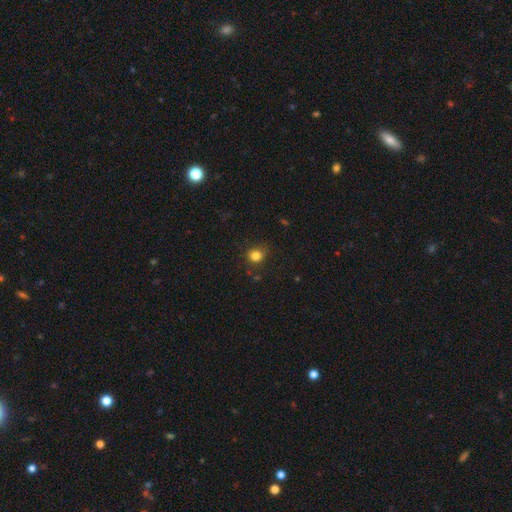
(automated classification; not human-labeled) A smooth galaxy with no disk features (82%) that is round (80%). Merging: none (76%).